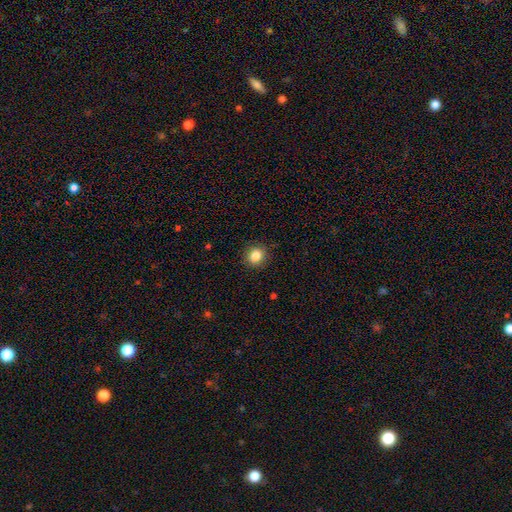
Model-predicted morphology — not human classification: type=smooth (85%); roundness=round (82%); merging=none (88%).